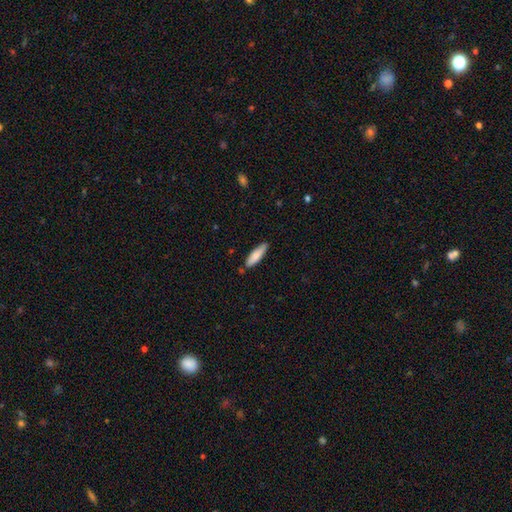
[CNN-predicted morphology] Overall: smooth (82%). How rounded: cigar-shaped (65%; in between 33%). Merging: none (80%).